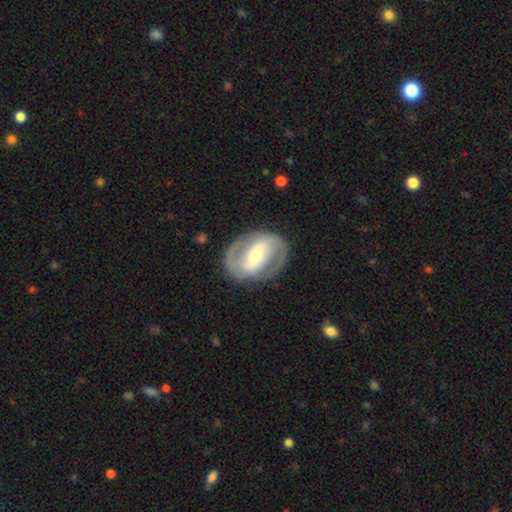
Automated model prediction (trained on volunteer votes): Smooth or featured: featured or disk — 80% (smooth — 15%)
Edge-on disk: no — 96% (yes — 4%)
Bar: strong — 49% (weak — 33%)
Spiral arms: yes — 80% (no — 20%)
Spiral winding: medium — 47% (tight — 34%)
Spiral arm count: 2 — 87% (can't tell — 7%)
Bulge size: moderate — 51% (small — 39%)
Merging: none — 82% (minor disturbance — 11%)